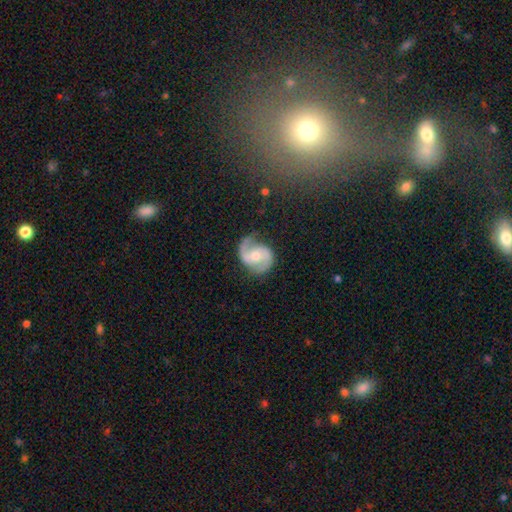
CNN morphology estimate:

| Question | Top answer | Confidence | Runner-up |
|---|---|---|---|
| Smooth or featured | featured or disk | 87% | smooth (9%) |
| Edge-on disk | no | 98% | yes (2%) |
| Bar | no | 48% | weak (42%) |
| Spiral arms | yes | 97% | no (3%) |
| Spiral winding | medium | 55% | loose (25%) |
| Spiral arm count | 2 | 90% | 1 (4%) |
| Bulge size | moderate | 61% | small (30%) |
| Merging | none | 73% | minor disturbance (18%) |